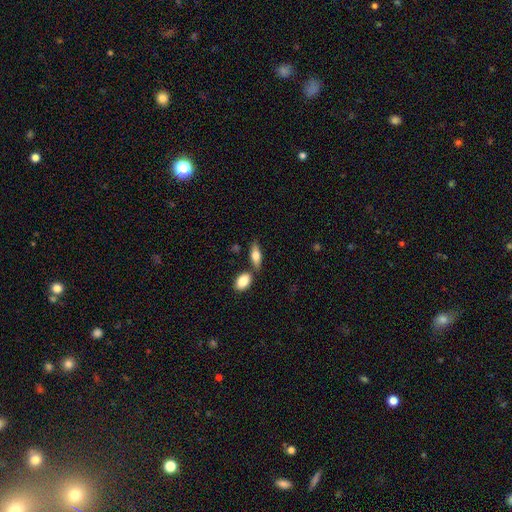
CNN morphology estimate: This appears to be a smooth galaxy with no disk features (63%) that is in between round and cigar-shaped (70%). Merging: none (66%).